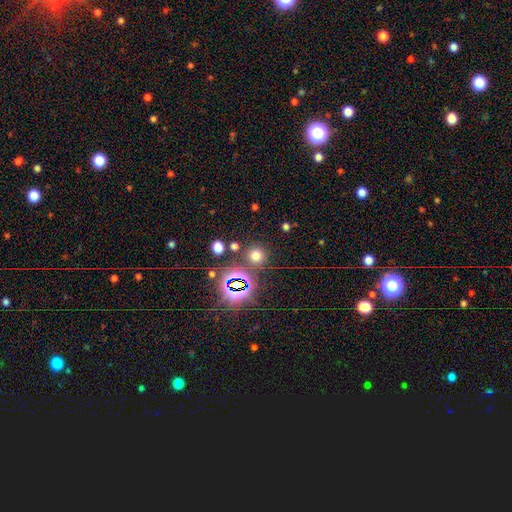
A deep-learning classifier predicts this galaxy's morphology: A smooth galaxy with no disk features (61%) that is round (90%). Merging: none (82%).